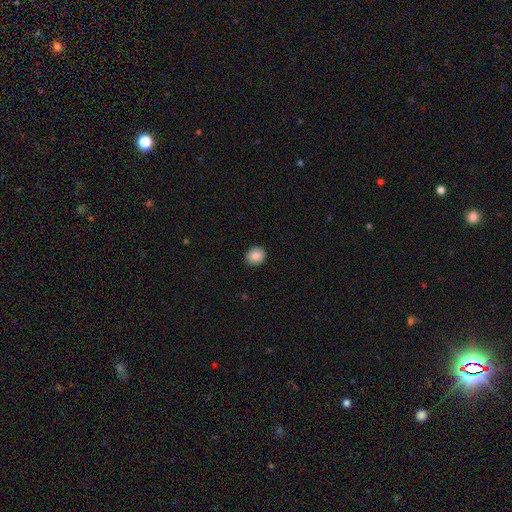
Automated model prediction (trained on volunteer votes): Smooth or featured: smooth — 86% (star or artifact — 8%)
How rounded: round — 65% (in between — 34%)
Merging: none — 90% (minor disturbance — 7%)